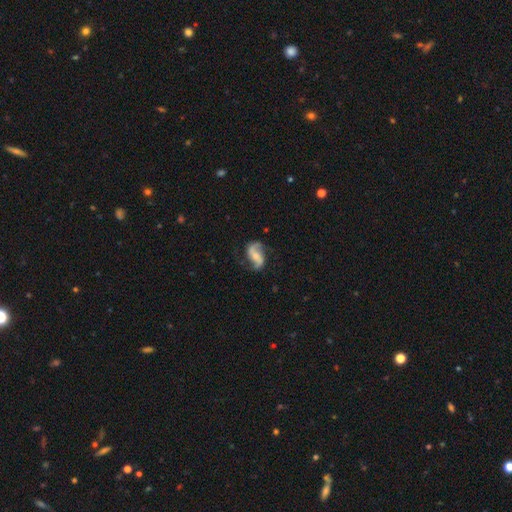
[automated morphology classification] smooth-or-featured: featured or disk: 80% | smooth: 14% | star or artifact: 6%
  disk-edge-on: no: 97% | yes: 3%
    bar: no: 39% | weak: 36% | strong: 25%
    has-spiral-arms: yes: 95% | no: 5%
      spiral-winding: loose: 63% | medium: 29% | tight: 8%
      spiral-arm-count: 2: 92% | can't tell: 3% | 1: 3% | 3: 1% | 4: 1% | more than 4: 1%
    bulge-size: small: 46% | moderate: 40% | none: 9% | large: 4% | dominant: 1%
  merging: none: 72% | minor disturbance: 17% | major disturbance: 8% | merger: 2%